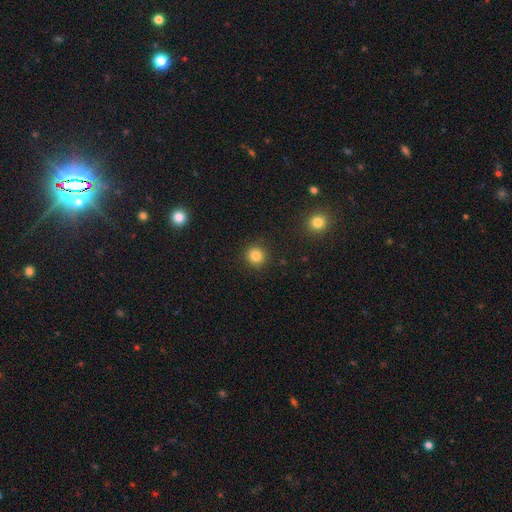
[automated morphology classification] The model was most divided on "smooth or featured": smooth: 83%, star or artifact: 12%, featured or disk: 5%. More confident: how rounded — round (93%); merging — none (92%).